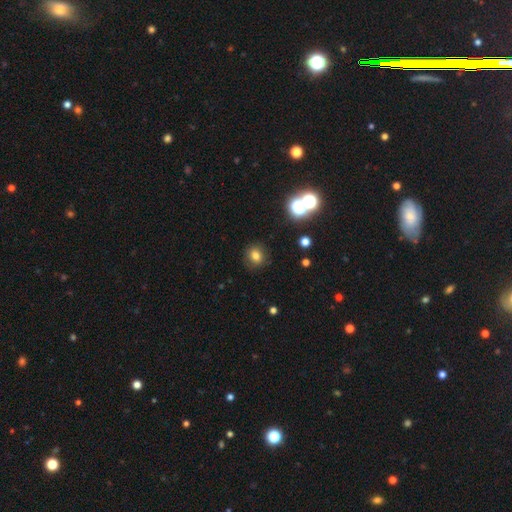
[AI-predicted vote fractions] Q: Smooth or featured?
A: smooth (74%); runner-up: star or artifact (17%)
Q: How rounded?
A: round (75%); runner-up: in between (24%)
Q: Merging?
A: none (86%); runner-up: minor disturbance (10%)